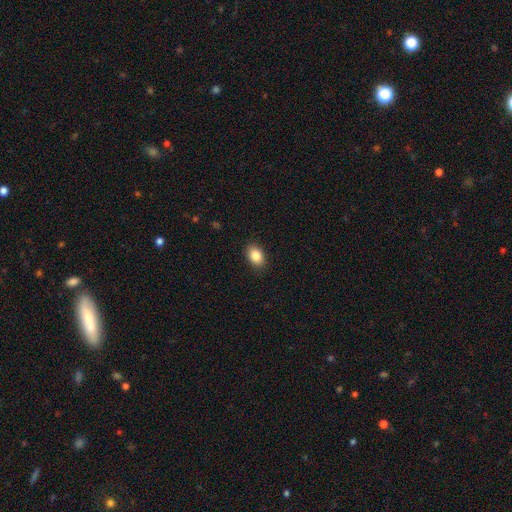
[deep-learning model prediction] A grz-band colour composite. It shows a smooth galaxy with no disk features (87%) that is in between round and cigar-shaped (83%). Merging: none (89%).